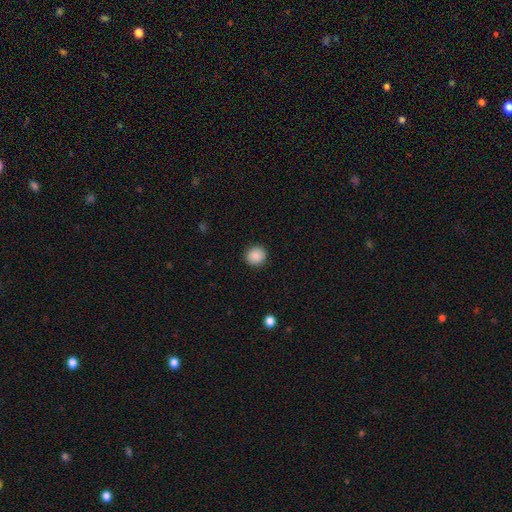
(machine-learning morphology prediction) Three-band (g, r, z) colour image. It shows a smooth galaxy with no disk features (89%) that is round (88%). Merging: none (91%).